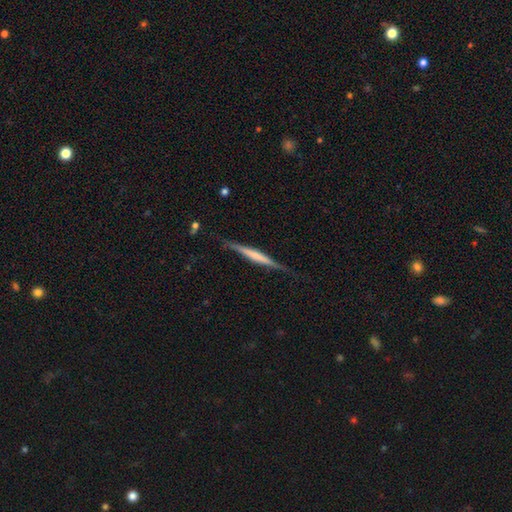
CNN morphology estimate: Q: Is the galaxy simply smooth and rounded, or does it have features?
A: featured or disk — 61%.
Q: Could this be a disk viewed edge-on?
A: yes — 97%.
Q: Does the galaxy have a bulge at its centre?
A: none — 53%.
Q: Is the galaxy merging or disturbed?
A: none — 83%.